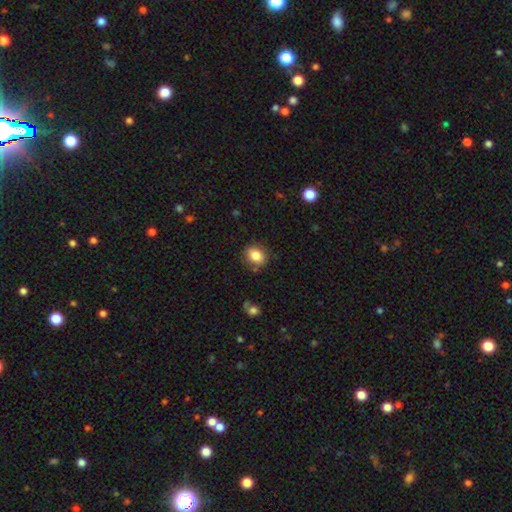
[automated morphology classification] Overall: smooth (84%). How rounded: in between (54%; round 45%). Merging: none (82%).